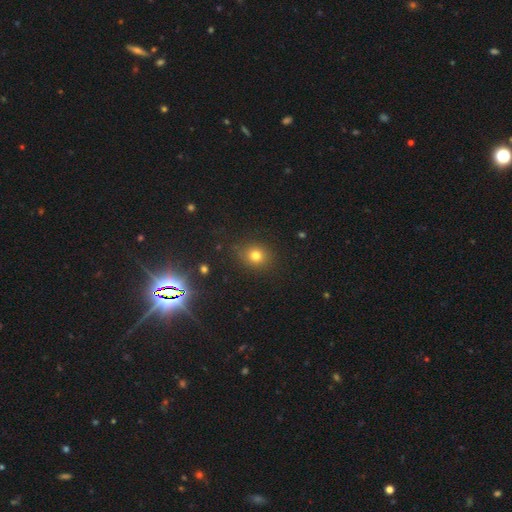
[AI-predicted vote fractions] Overall: smooth (76%). How rounded: round (75%). Merging: none (84%).